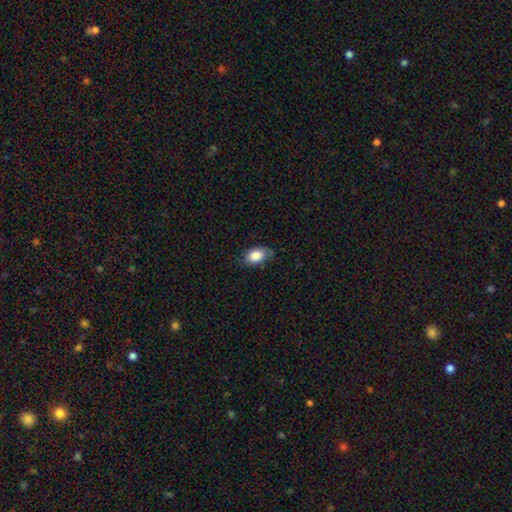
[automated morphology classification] smooth-or-featured: smooth: 81% | featured or disk: 12% | star or artifact: 7%
  how-rounded: in between: 90% | round: 8% | cigar-shaped: 2%
  merging: none: 68% | minor disturbance: 25% | major disturbance: 6% | merger: 1%